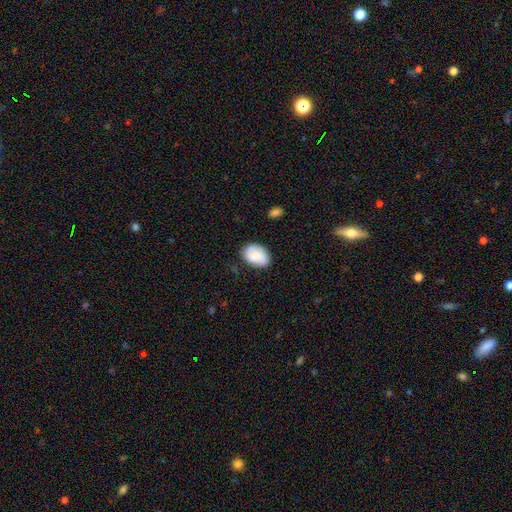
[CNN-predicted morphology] A smooth galaxy with no disk features (75%) that is in between round and cigar-shaped (81%). Merging: none (71%).